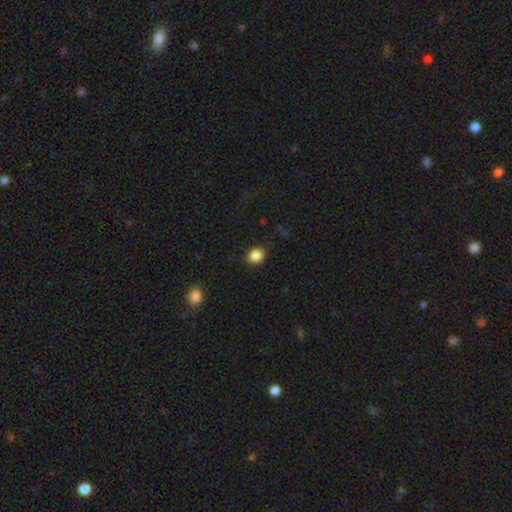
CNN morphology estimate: smooth-or-featured: smooth: 87% | star or artifact: 10% | featured or disk: 3%
  how-rounded: round: 74% | in between: 25% | cigar-shaped: 1%
  merging: none: 88% | minor disturbance: 9% | major disturbance: 2% | merger: 1%